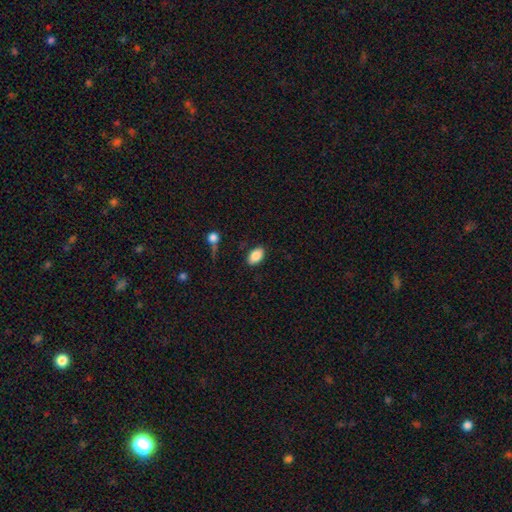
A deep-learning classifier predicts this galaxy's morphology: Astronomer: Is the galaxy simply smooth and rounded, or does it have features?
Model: smooth — 85%.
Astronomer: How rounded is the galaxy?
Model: in between — 92%.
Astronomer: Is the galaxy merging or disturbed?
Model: none — 84%.